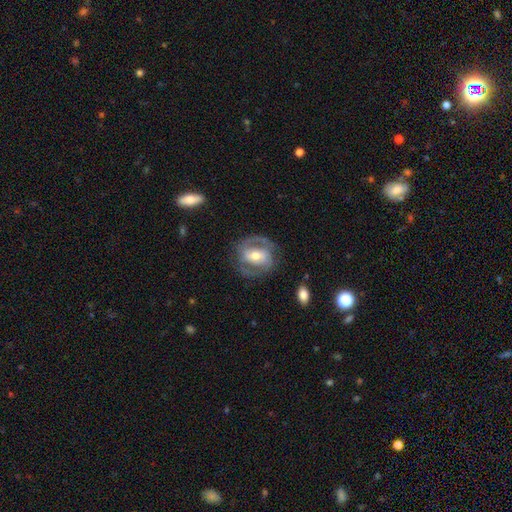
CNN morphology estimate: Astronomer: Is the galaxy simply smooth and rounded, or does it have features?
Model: featured or disk — 78%.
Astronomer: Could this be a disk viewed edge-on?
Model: no — 96%.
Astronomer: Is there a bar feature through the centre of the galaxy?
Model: weak — 37% (runner-up: strong, 35%).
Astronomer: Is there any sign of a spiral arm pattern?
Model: yes — 81%.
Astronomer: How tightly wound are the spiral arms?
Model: medium — 48% (runner-up: tight, 37%).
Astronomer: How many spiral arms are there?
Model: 2 — 83%.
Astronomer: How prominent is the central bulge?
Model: moderate — 67%.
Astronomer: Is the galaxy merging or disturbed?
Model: none — 74%.